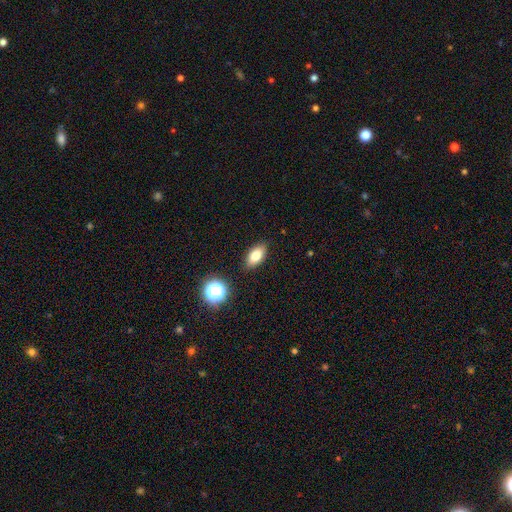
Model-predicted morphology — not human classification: This appears to be a smooth galaxy with no disk features (78%) that is in between round and cigar-shaped (86%). Merging: none (87%).